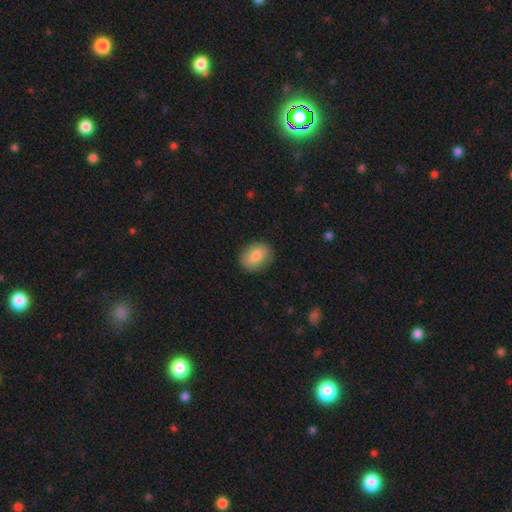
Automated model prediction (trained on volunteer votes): Q: Smooth or featured?
A: smooth (78%); runner-up: featured or disk (15%)
Q: How rounded?
A: in between (60%); runner-up: round (39%)
Q: Merging?
A: none (87%); runner-up: minor disturbance (10%)